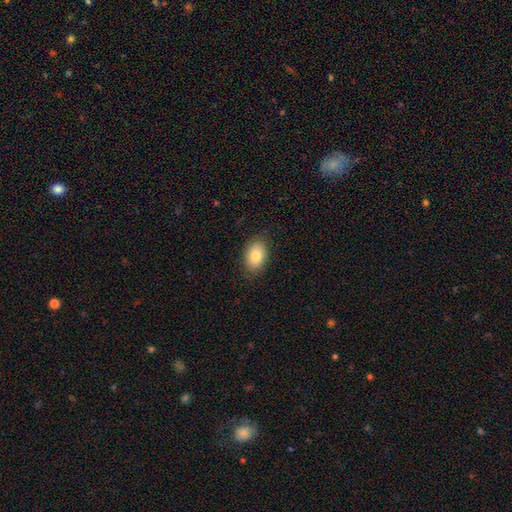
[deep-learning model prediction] Smooth or featured? Predicted: smooth (p=0.81). How rounded? Predicted: in between (p=0.84). Merging? Predicted: none (p=0.85).